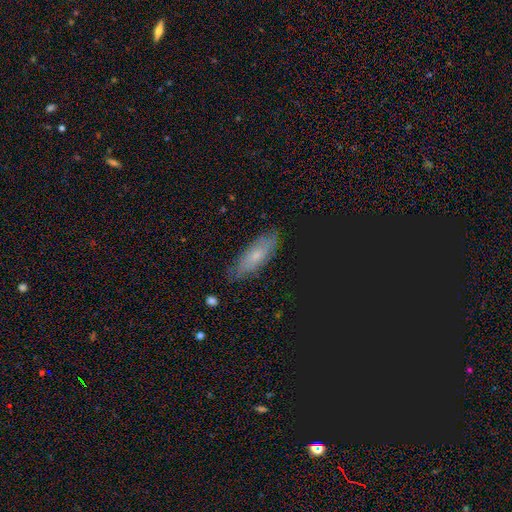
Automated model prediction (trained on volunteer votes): Smooth or featured: smooth — 49% (featured or disk — 36%)
Merging: none — 79% (minor disturbance — 17%)